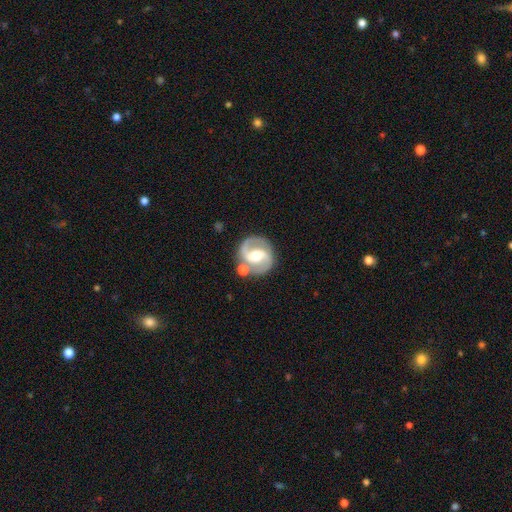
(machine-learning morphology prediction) type=featured or disk (86%); edge-on=no (98%); bar=weak (43%); spiral arms=yes (95%); winding=medium (57%); arm count=2 (92%); bulge=moderate (66%); merging=none (78%).